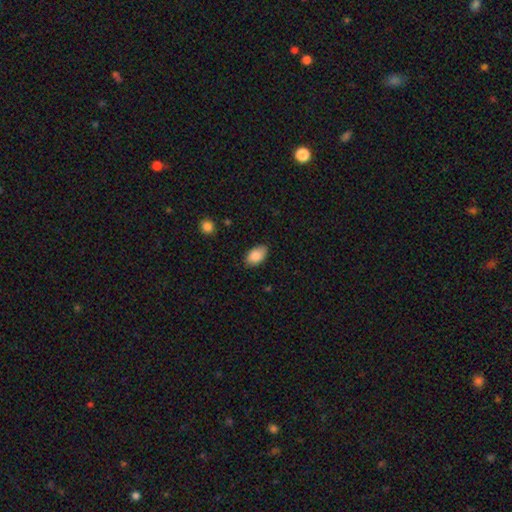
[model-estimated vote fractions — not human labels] A smooth galaxy with no disk features (87%) that is in between round and cigar-shaped (92%).

Vote fractions:
- Smooth or featured? smooth: 87% / star or artifact: 7% / featured or disk: 6%
- How rounded? in between: 92% / round: 7% / cigar-shaped: 1%
- Merging? none: 81% / minor disturbance: 15% / major disturbance: 3% / merger: 1%